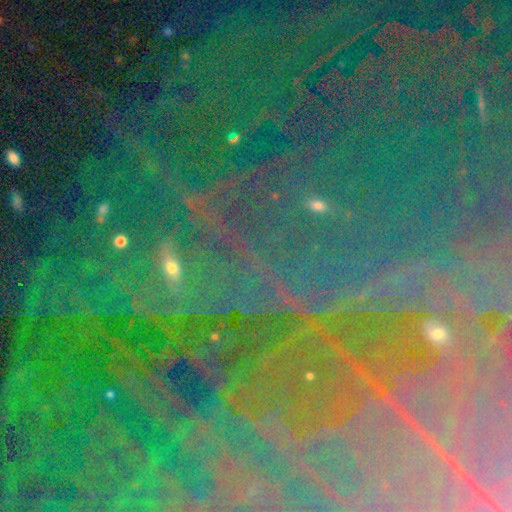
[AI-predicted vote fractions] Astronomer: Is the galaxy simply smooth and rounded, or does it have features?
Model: star or artifact — 87%.